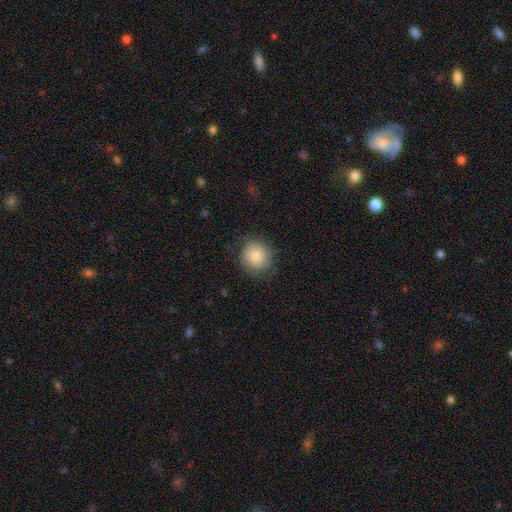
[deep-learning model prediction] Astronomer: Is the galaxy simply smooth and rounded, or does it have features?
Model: smooth — 81%.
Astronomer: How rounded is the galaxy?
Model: round — 84%.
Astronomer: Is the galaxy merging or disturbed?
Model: none — 74%.